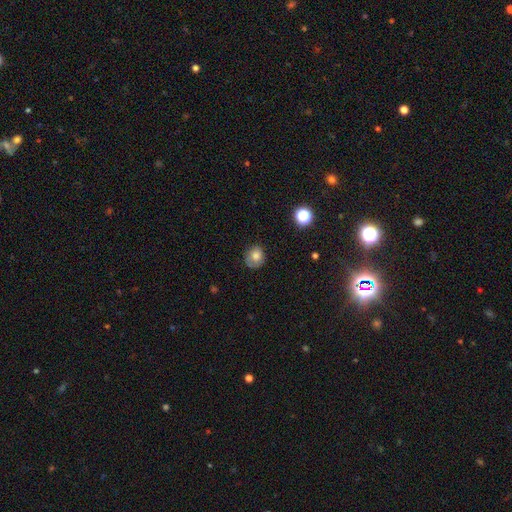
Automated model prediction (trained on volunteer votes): Smooth or featured?
  - smooth: 74% *
  - featured or disk: 15%
  - star or artifact: 11%
How rounded?
  - round: 73% *
  - in between: 26%
  - cigar-shaped: 1%
Merging?
  - none: 70% *
  - minor disturbance: 22%
  - major disturbance: 7%
  - merger: 2%